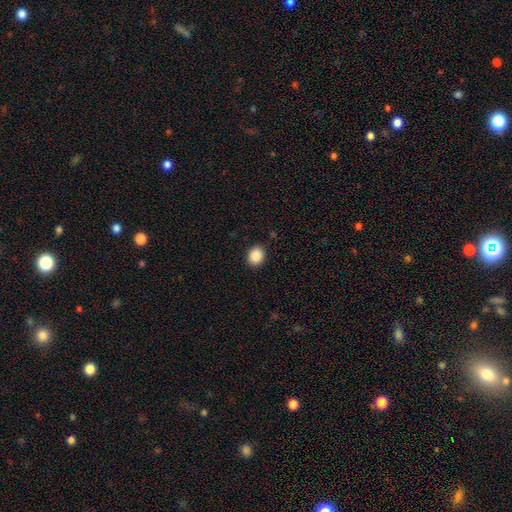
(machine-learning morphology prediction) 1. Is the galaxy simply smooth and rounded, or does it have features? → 88% smooth, 9% star or artifact, 4% featured or disk.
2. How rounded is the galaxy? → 58% round, 41% in between, 1% cigar-shaped.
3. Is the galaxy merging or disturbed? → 90% none, 7% minor disturbance, 2% major disturbance, 1% merger.